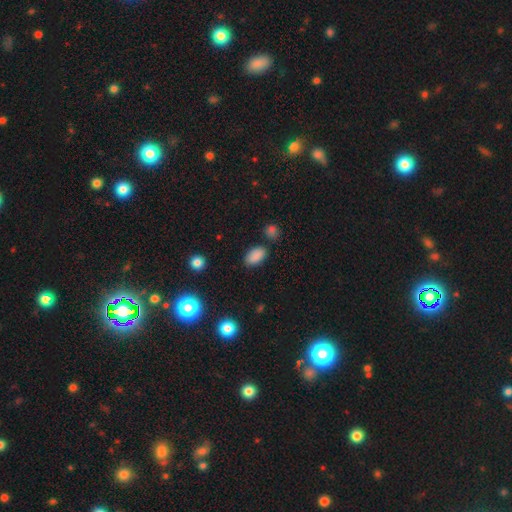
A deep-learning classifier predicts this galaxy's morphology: This is clearly a smooth galaxy (86%). How rounded: clearly in between (93%). Merging: clearly none (82%).